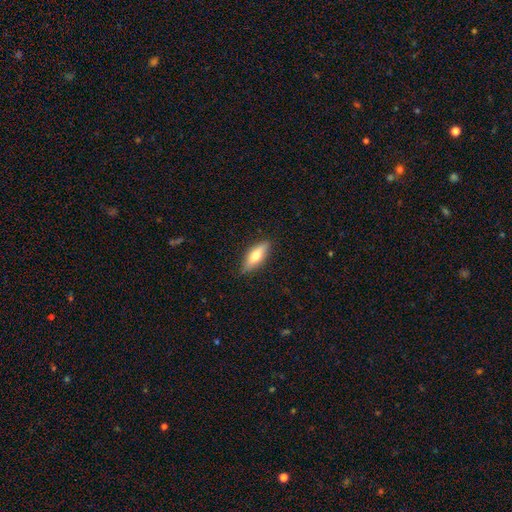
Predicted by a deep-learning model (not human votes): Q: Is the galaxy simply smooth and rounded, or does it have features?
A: smooth — 63%.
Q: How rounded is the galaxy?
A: in between — 59%.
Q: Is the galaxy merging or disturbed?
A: none — 84%.